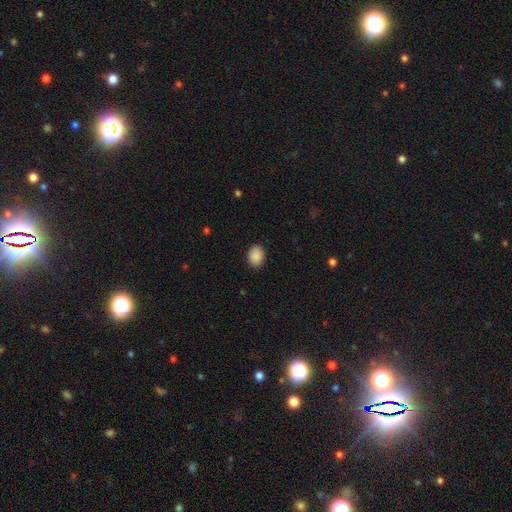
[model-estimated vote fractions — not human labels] This is clearly a smooth galaxy (90%). How rounded: likely in between (64%). Merging: clearly none (89%).